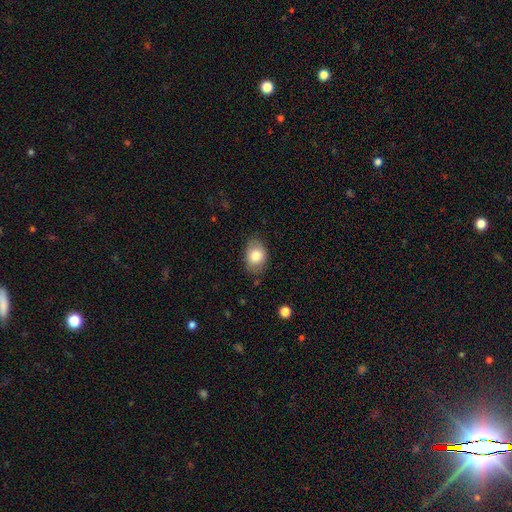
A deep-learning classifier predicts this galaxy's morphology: smooth_or_featured: smooth (p=0.81) [alt: featured or disk p=0.11]
how_rounded: in between (p=0.75) [alt: round p=0.24]
merging: none (p=0.77) [alt: minor disturbance p=0.17]